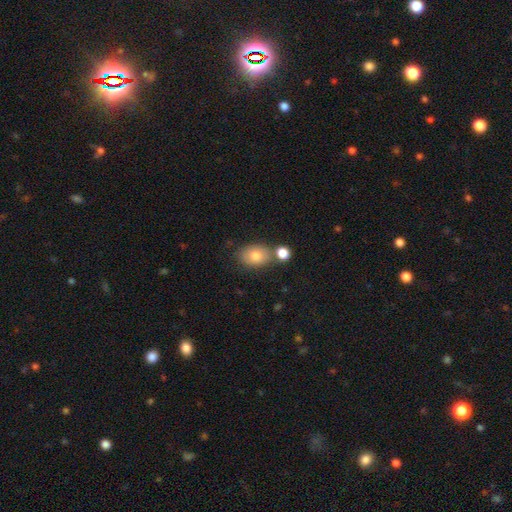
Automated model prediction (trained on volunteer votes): Morphology: type=smooth (80%); roundness=in between (81%); merging=none (64%).